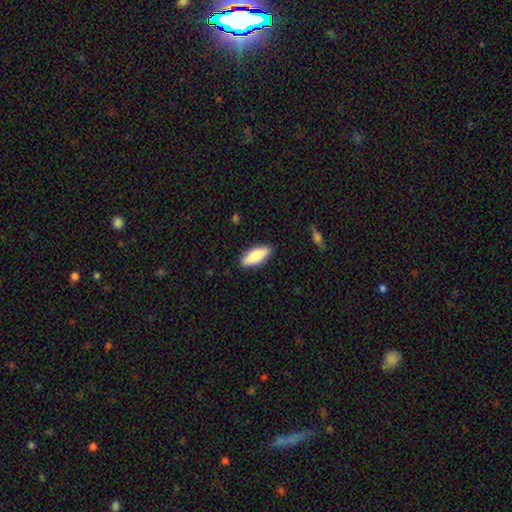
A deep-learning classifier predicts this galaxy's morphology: The model was most divided on "how rounded": in between: 71%, cigar-shaped: 27%, round: 2%. More confident: merging — none (87%); smooth or featured — smooth (83%).